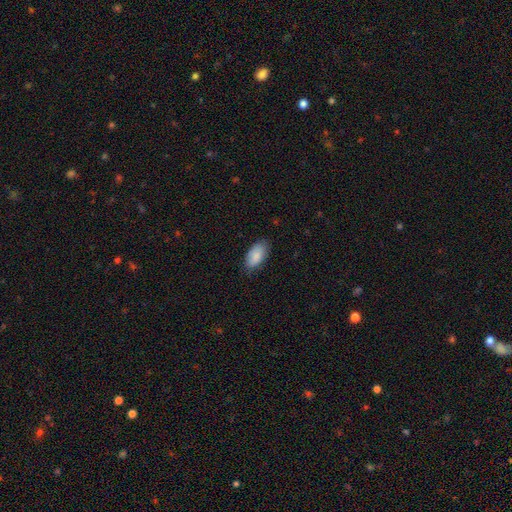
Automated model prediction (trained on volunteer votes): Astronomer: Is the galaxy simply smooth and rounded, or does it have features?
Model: smooth — 87%.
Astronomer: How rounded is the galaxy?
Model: in between — 94%.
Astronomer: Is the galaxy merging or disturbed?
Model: none — 79%.